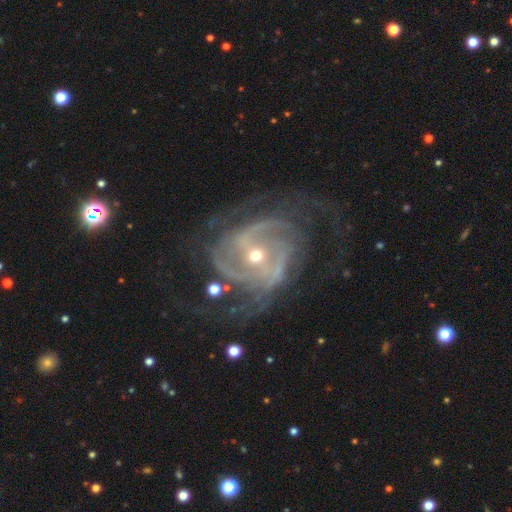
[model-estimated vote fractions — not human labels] Smooth or featured? featured or disk (90%)
Edge-on disk? no (97%)
Bar? weak (37%)
Spiral arms? yes (97%)
Spiral winding? medium (44%)
Spiral arm count? 2 (39%)
Bulge size? small (59%)
Merging? none (58%)